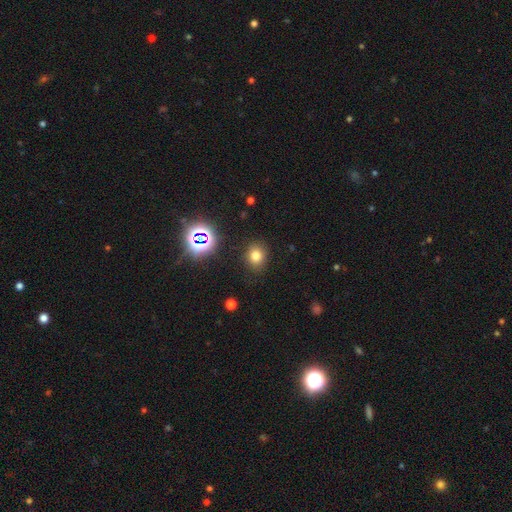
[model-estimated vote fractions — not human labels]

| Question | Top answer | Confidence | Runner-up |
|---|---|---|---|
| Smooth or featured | smooth | 74% | star or artifact (18%) |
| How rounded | round | 63% | in between (36%) |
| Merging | none | 85% | minor disturbance (10%) |